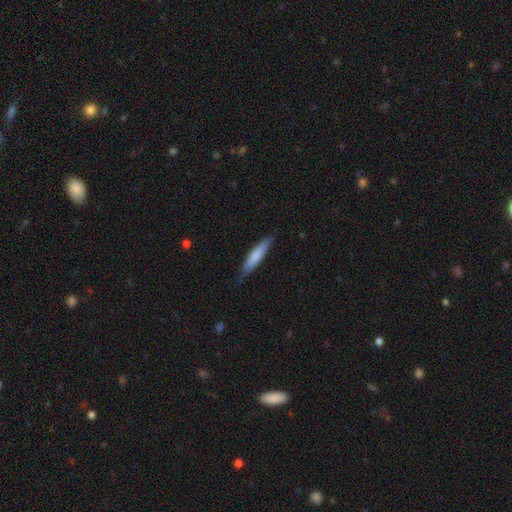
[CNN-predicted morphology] Smooth or featured? smooth (75%)
How rounded? cigar-shaped (85%)
Merging? none (79%)